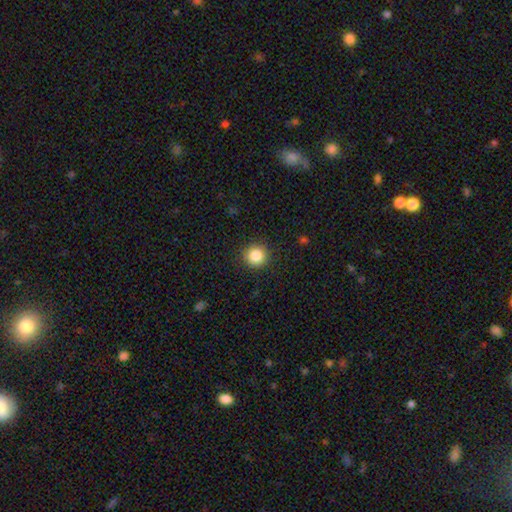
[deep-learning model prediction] A smooth galaxy with no disk features (86%) that is round (95%).

Vote fractions:
- Smooth or featured? smooth: 86% / star or artifact: 10% / featured or disk: 4%
- How rounded? round: 95% / in between: 4% / cigar-shaped: 1%
- Merging? none: 92% / minor disturbance: 5% / major disturbance: 2% / merger: 1%